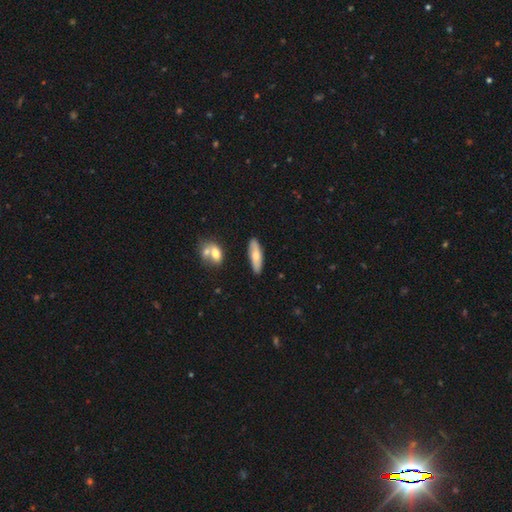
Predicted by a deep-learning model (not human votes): smooth_or_featured: smooth (p=0.68) [alt: featured or disk p=0.27]
how_rounded: cigar-shaped (p=0.53) [alt: in between p=0.45]
merging: none (p=0.84) [alt: minor disturbance p=0.11]